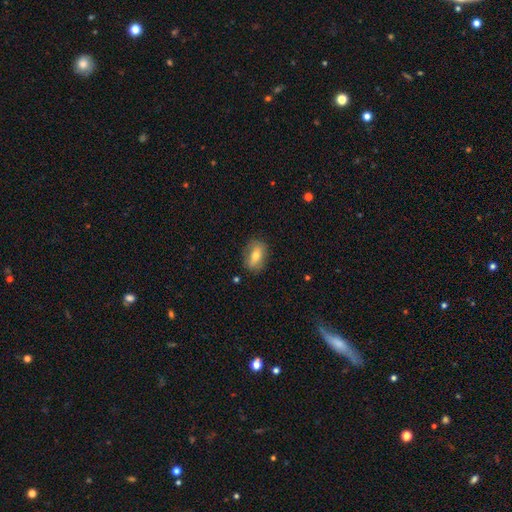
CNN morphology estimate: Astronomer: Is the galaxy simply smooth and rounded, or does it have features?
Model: smooth — 66%.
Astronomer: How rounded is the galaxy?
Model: in between — 80%.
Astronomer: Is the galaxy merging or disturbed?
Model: none — 80%.